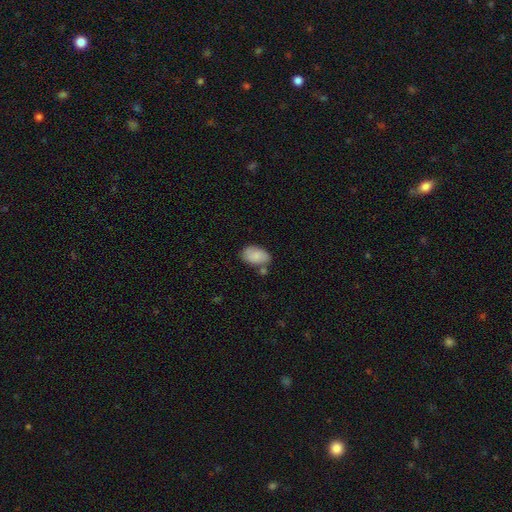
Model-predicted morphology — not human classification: A smooth galaxy with no disk features (82%) that is in between round and cigar-shaped (91%).

Vote fractions:
- Smooth or featured? smooth: 82% / featured or disk: 12% / star or artifact: 7%
- How rounded? in between: 91% / round: 7% / cigar-shaped: 1%
- Merging? none: 58% / minor disturbance: 22% / merger: 15% / major disturbance: 6%